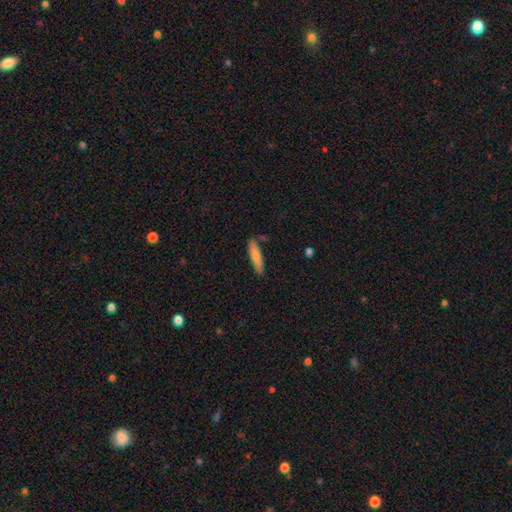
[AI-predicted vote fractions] A smooth galaxy with no disk features (76%) that is cigar-shaped (80%). Merging: none (84%).